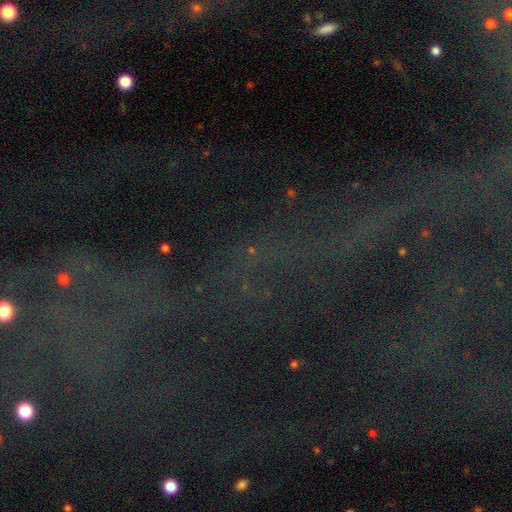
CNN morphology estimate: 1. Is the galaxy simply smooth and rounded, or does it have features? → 74% star or artifact, 14% featured or disk, 11% smooth.